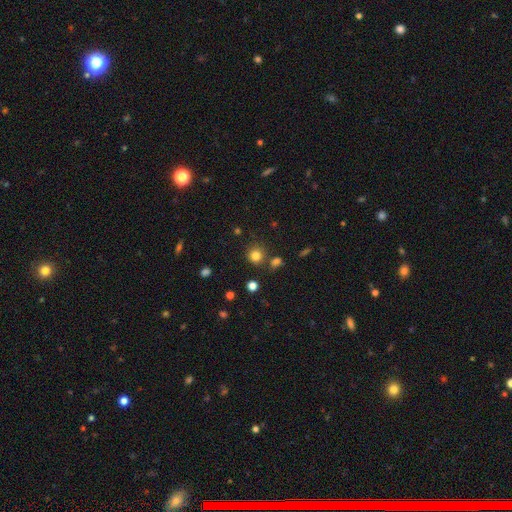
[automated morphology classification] Smooth or featured?
  - smooth: 80% *
  - star or artifact: 14%
  - featured or disk: 6%
How rounded?
  - round: 91% *
  - in between: 8%
  - cigar-shaped: 1%
Merging?
  - none: 81% *
  - minor disturbance: 8%
  - merger: 8%
  - major disturbance: 3%